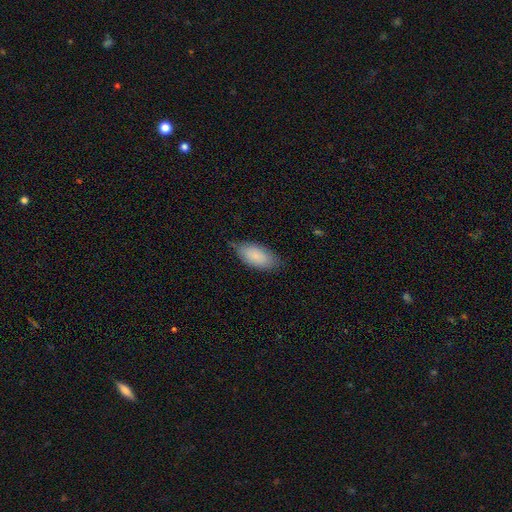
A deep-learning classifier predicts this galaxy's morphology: Overall: smooth (85%). How rounded: in between (92%). Merging: none (70%).